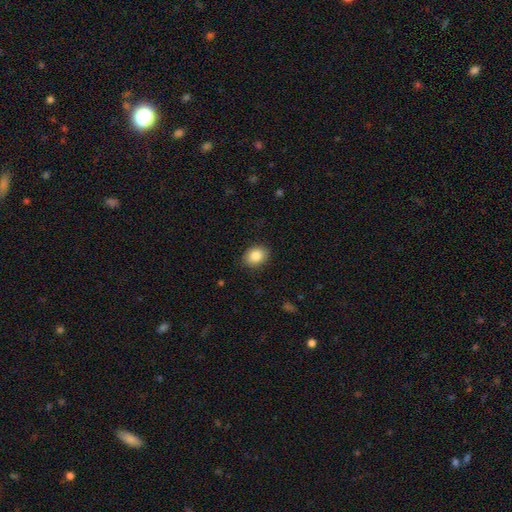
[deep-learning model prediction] Overall: smooth (86%). How rounded: in between (61%; round 38%). Merging: none (87%).